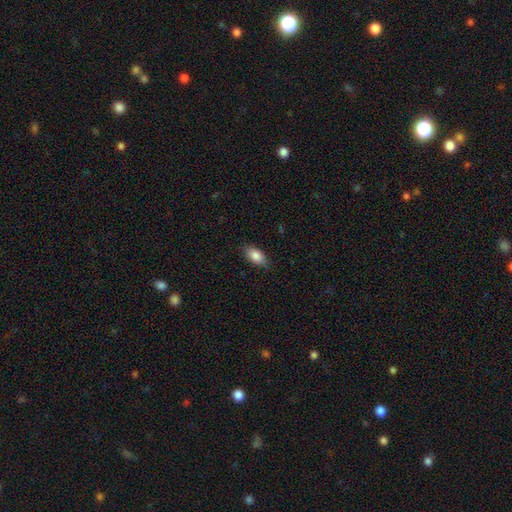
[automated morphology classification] The model was most divided on "merging": none: 84%, minor disturbance: 12%, major disturbance: 3%, merger: 1%. More confident: how rounded — in between (90%); smooth or featured — smooth (85%).